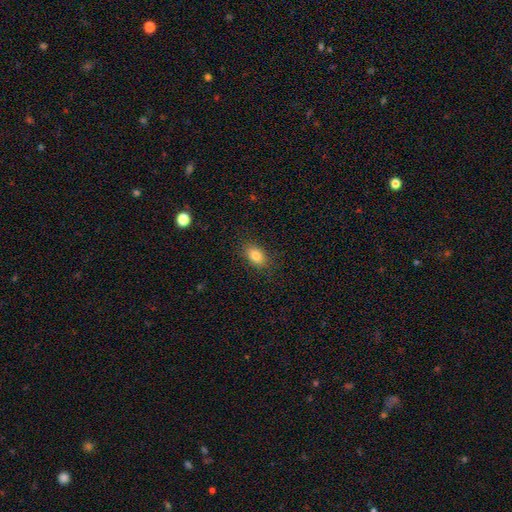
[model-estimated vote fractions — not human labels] This appears to be a smooth galaxy with no disk features (83%) that is in between round and cigar-shaped (85%). Merging: none (85%).